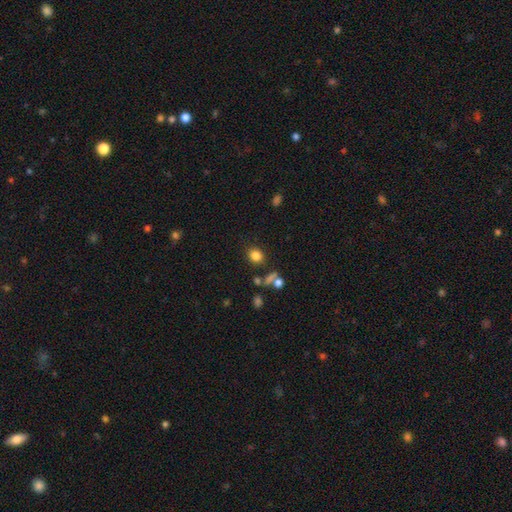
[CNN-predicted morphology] type=smooth (81%); roundness=round (66%); merging=none (80%).